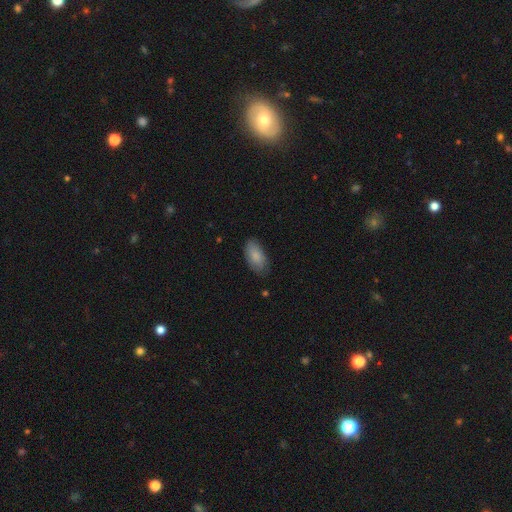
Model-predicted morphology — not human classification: Smooth or featured? Predicted: smooth (p=0.85). How rounded? Predicted: in between (p=0.93). Merging? Predicted: none (p=0.79).